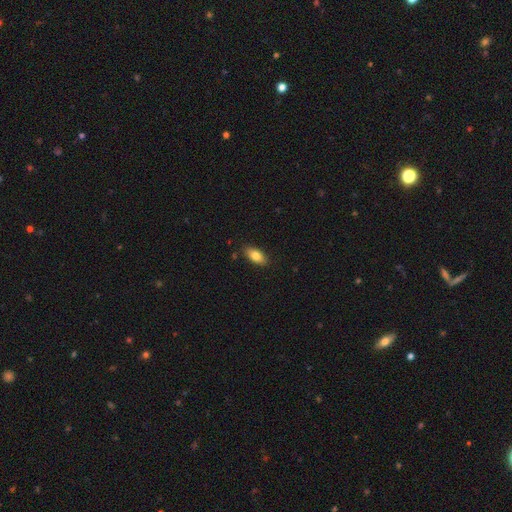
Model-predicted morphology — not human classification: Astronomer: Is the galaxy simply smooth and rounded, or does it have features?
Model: smooth — 80%.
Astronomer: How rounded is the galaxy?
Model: in between — 88%.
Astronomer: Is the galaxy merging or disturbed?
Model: none — 86%.